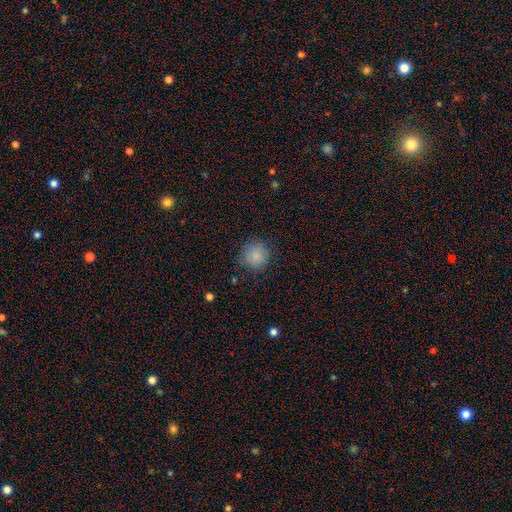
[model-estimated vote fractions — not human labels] Overall: smooth (85%). How rounded: round (91%). Merging: none (83%).